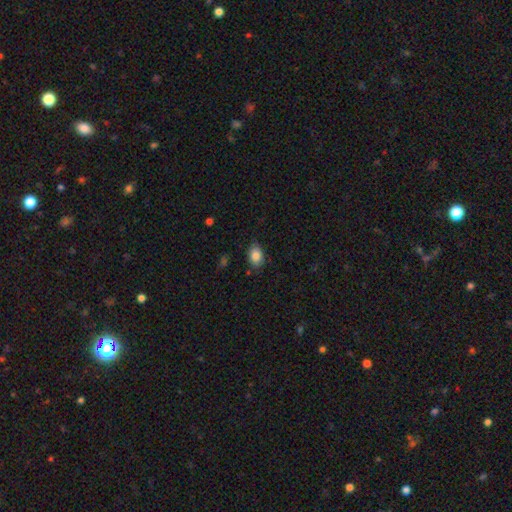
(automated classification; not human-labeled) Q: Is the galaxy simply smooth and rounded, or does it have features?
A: smooth — 84%.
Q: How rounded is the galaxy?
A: in between — 81%.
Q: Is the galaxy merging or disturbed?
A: none — 80%.